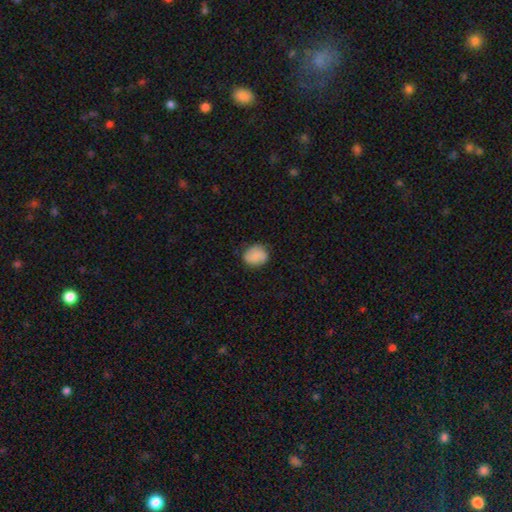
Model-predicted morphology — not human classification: Smooth or featured?
  - smooth: 78% *
  - featured or disk: 14%
  - star or artifact: 8%
How rounded?
  - round: 60% *
  - in between: 39%
  - cigar-shaped: 1%
Merging?
  - none: 77% *
  - minor disturbance: 17%
  - major disturbance: 4%
  - merger: 1%